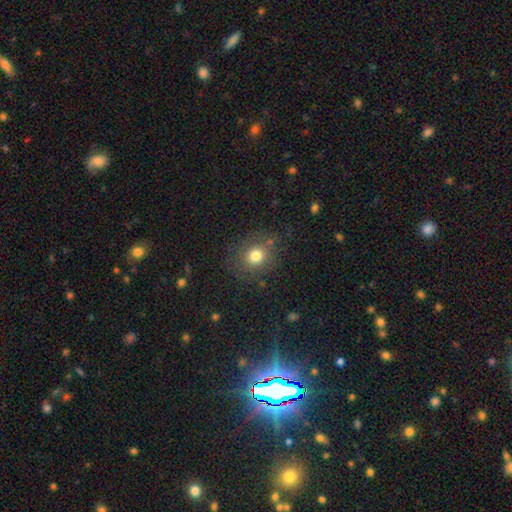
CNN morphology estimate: This appears to be a smooth galaxy with no disk features (77%) that is round (81%). Merging: none (81%).